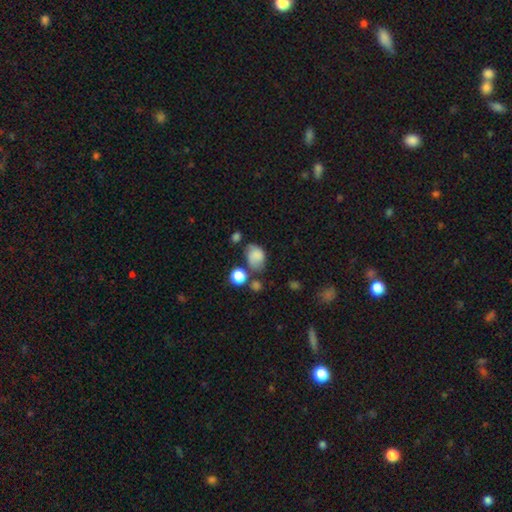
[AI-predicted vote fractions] Smooth or featured: smooth — 73% (featured or disk — 16%)
How rounded: in between — 71% (round — 28%)
Merging: none — 48% (minor disturbance — 27%)